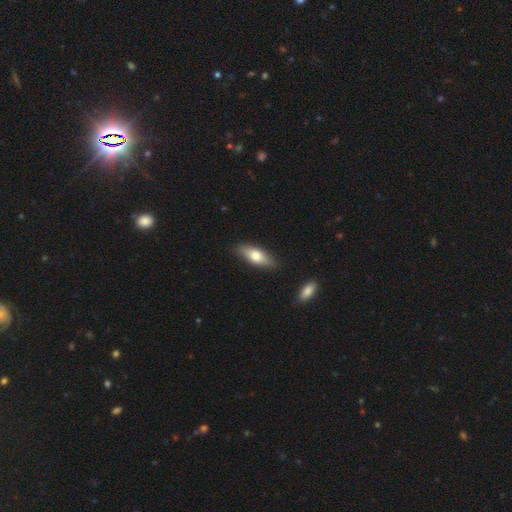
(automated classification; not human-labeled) Q: Smooth or featured?
A: smooth (67%); runner-up: featured or disk (27%)
Q: How rounded?
A: in between (67%); runner-up: cigar-shaped (31%)
Q: Merging?
A: none (84%); runner-up: minor disturbance (12%)